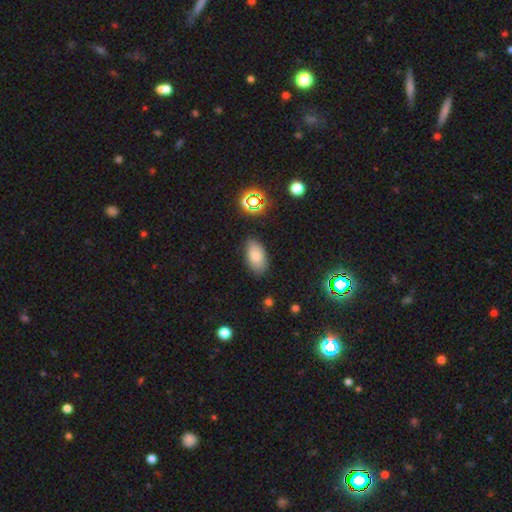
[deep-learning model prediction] A smooth galaxy with no disk features (81%) that is in between round and cigar-shaped (93%).

Vote fractions:
- Smooth or featured? smooth: 81% / star or artifact: 10% / featured or disk: 9%
- How rounded? in between: 93% / round: 5% / cigar-shaped: 2%
- Merging? none: 81% / minor disturbance: 14% / major disturbance: 3% / merger: 2%